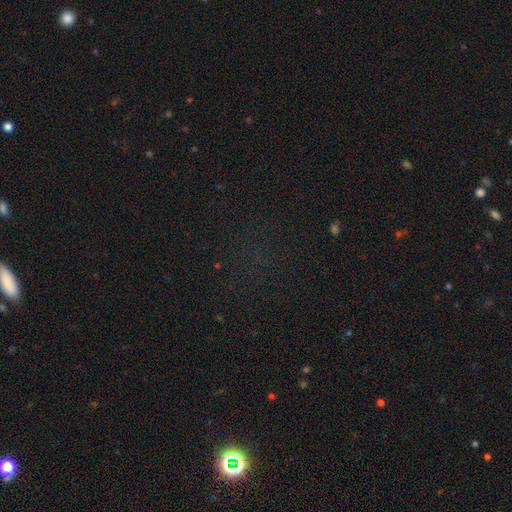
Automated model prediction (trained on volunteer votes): Overall: star or artifact (71%).